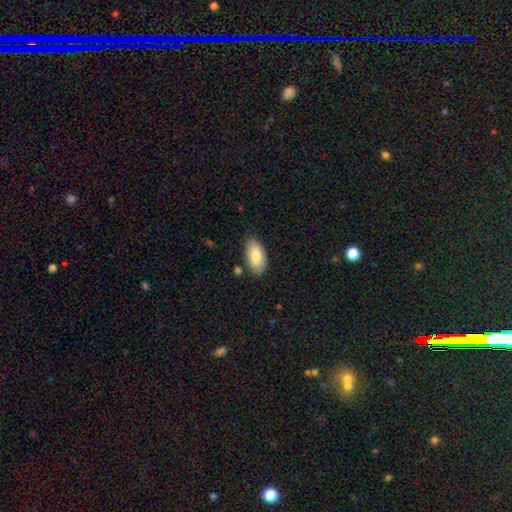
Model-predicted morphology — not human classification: smooth-or-featured: smooth: 83% | featured or disk: 10% | star or artifact: 6%
  how-rounded: in between: 94% | cigar-shaped: 4% | round: 2%
  merging: none: 80% | minor disturbance: 15% | merger: 3% | major disturbance: 3%